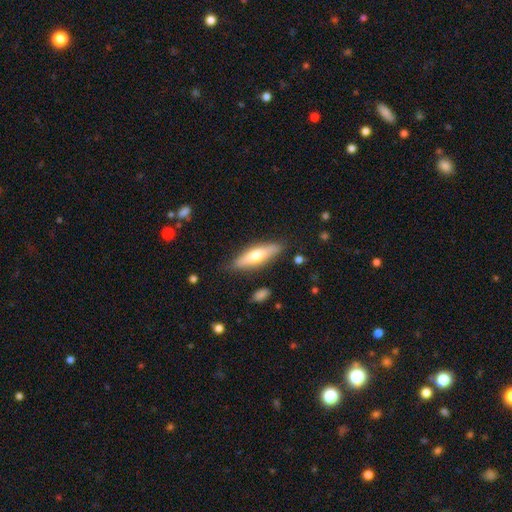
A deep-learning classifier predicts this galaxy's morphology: The model was most divided on "smooth or featured": smooth: 57%, featured or disk: 37%, star or artifact: 6%. More confident: merging — none (82%); how rounded — cigar-shaped (62%).